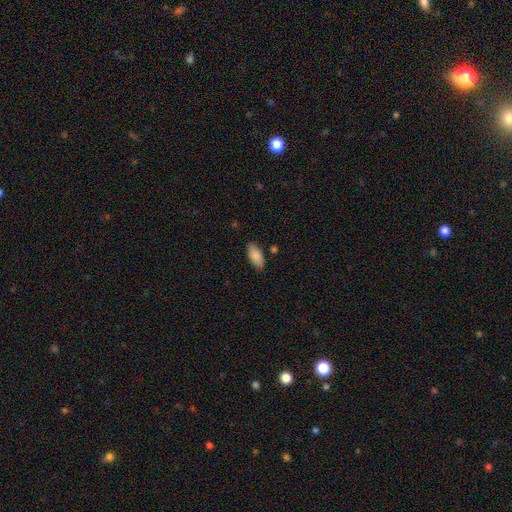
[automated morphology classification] A smooth galaxy with no disk features (87%) that is in between round and cigar-shaped (90%). Merging: none (84%).